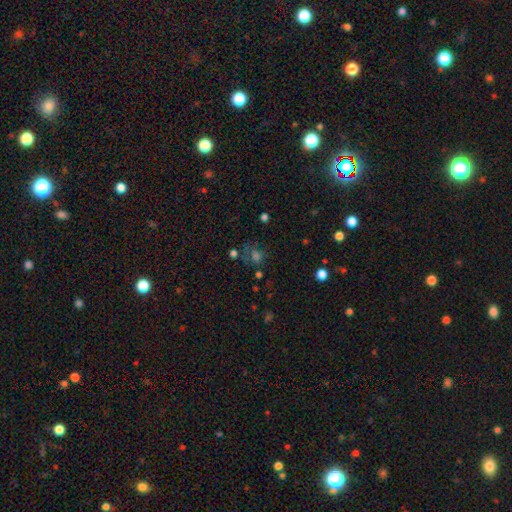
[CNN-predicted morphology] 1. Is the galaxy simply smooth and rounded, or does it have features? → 44% star or artifact, 42% smooth, 14% featured or disk.